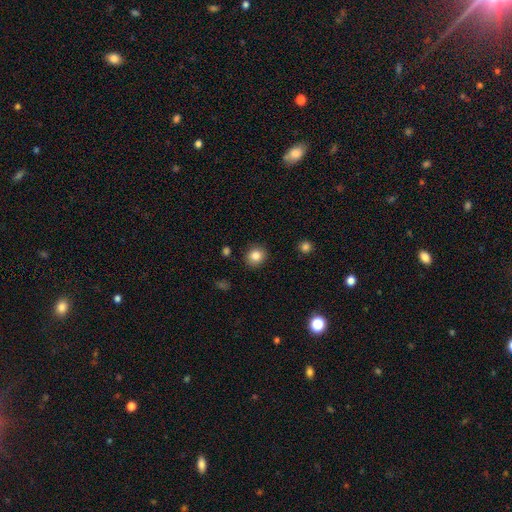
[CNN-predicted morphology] A smooth galaxy with no disk features (84%) that is round (81%).

Vote fractions:
- Smooth or featured? smooth: 84% / star or artifact: 10% / featured or disk: 6%
- How rounded? round: 81% / in between: 18% / cigar-shaped: 1%
- Merging? none: 90% / minor disturbance: 7% / major disturbance: 2% / merger: 1%